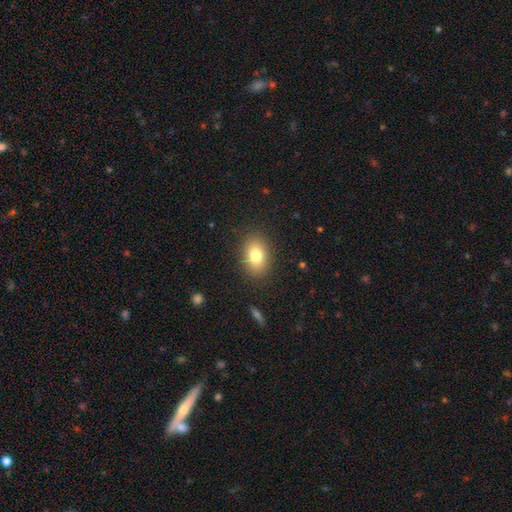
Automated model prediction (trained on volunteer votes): Overall: smooth (79%). How rounded: in between (78%). Merging: none (86%).